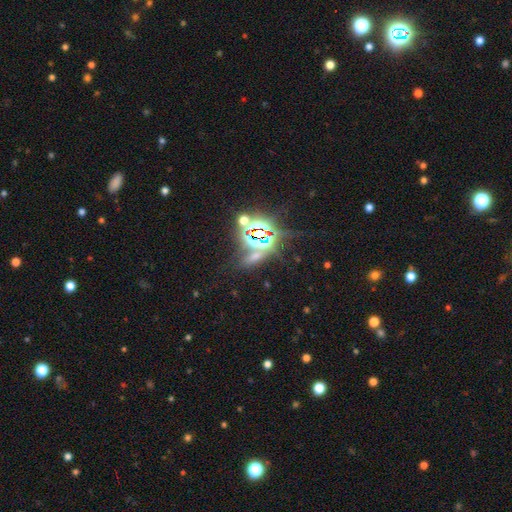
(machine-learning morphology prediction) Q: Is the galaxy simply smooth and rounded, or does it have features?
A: star or artifact — 76%.